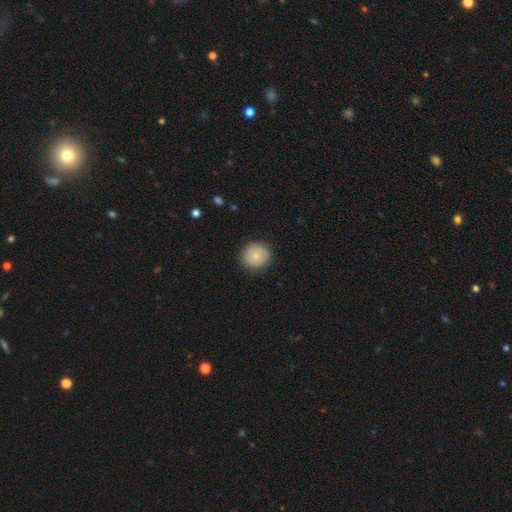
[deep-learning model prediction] This is clearly a smooth galaxy (81%). How rounded: clearly round (93%). Merging: clearly none (89%).